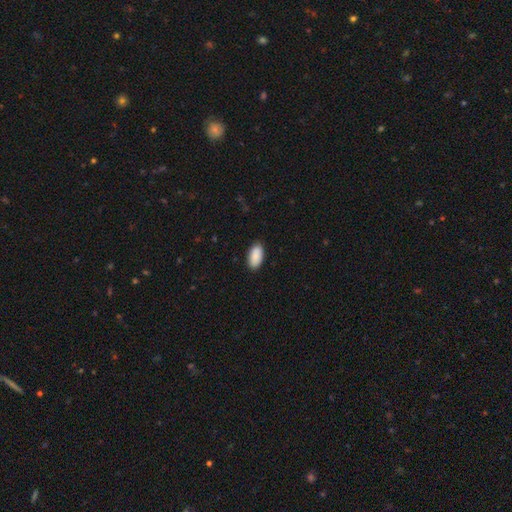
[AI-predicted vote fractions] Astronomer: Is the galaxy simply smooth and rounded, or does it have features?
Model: smooth — 91%.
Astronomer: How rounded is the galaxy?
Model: in between — 95%.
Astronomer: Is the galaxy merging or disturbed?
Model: none — 88%.